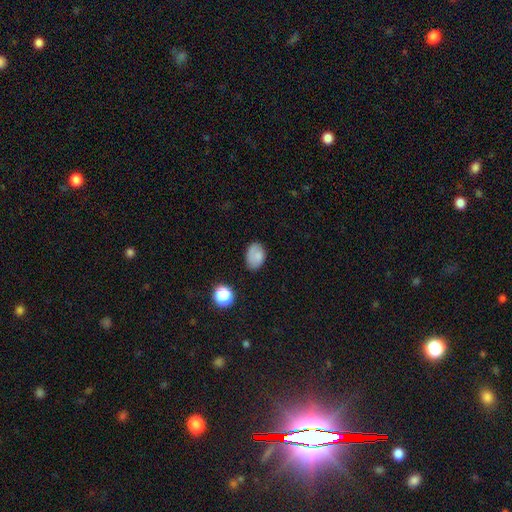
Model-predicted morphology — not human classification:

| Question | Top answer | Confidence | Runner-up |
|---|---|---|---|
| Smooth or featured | smooth | 79% | star or artifact (11%) |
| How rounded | in between | 82% | round (16%) |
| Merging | none | 74% | minor disturbance (19%) |